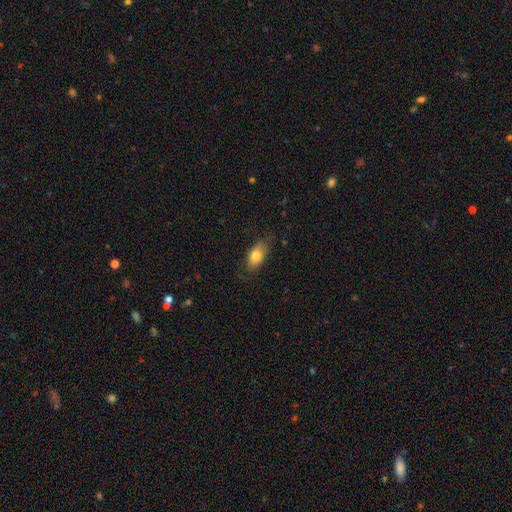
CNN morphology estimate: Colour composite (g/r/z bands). It shows a smooth galaxy with no disk features (78%) that is in between round and cigar-shaped (88%). Merging: none (73%).